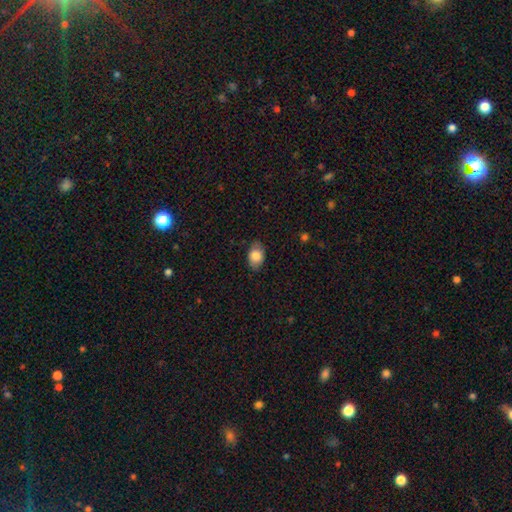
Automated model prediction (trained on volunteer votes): Smooth or featured: smooth — 82% (featured or disk — 11%)
How rounded: in between — 84% (round — 15%)
Merging: none — 81% (minor disturbance — 15%)